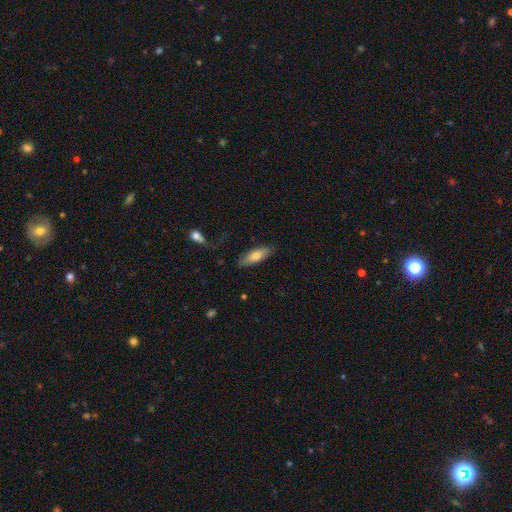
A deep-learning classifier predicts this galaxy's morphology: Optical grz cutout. It shows a smooth galaxy with no disk features (72%) that is in between round and cigar-shaped (56%). Merging: none (81%).